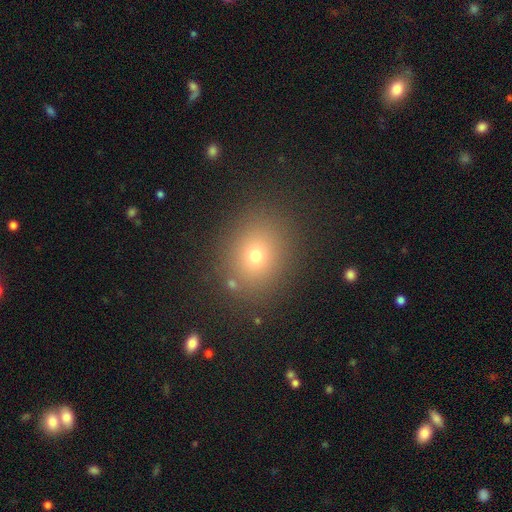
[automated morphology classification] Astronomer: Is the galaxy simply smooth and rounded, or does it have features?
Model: smooth — 68%.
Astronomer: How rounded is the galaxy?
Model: round — 67%.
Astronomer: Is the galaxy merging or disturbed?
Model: none — 87%.